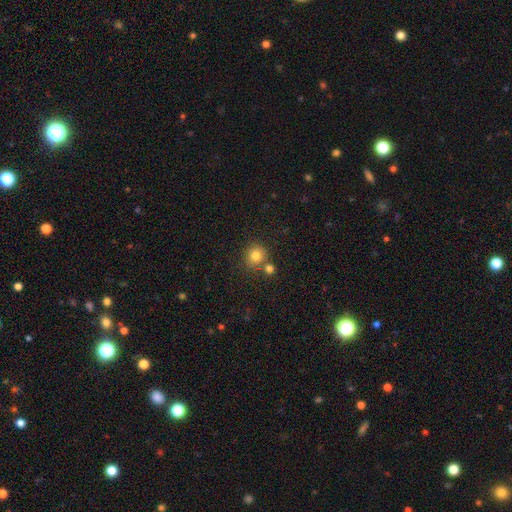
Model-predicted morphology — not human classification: type=smooth (81%); roundness=round (88%); merging=none (70%).